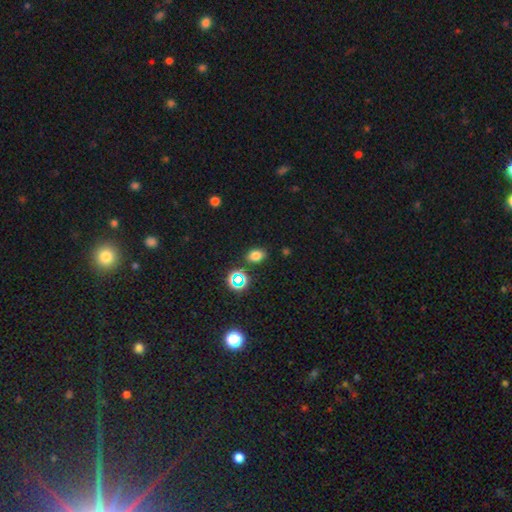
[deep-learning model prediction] A smooth galaxy with no disk features (74%) that is in between round and cigar-shaped (74%). Merging: none (81%).